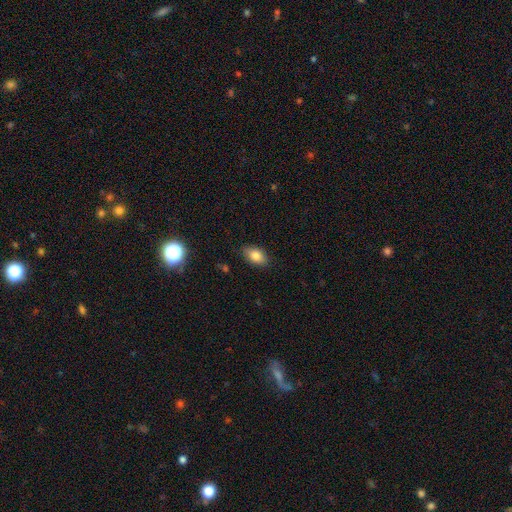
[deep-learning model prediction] The model was most divided on "merging": none: 84%, minor disturbance: 12%, major disturbance: 2%, merger: 1%. More confident: how rounded — in between (89%); smooth or featured — smooth (82%).